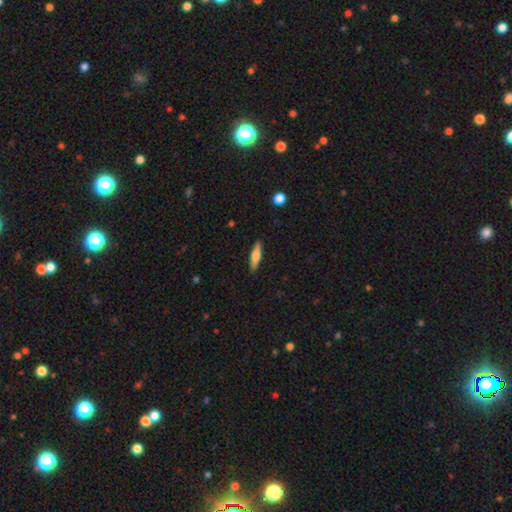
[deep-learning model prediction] Smooth or featured?
  - smooth: 56% *
  - featured or disk: 38%
  - star or artifact: 6%
How rounded?
  - cigar-shaped: 72% *
  - in between: 26%
  - round: 2%
Merging?
  - none: 88% *
  - minor disturbance: 9%
  - major disturbance: 2%
  - merger: 1%